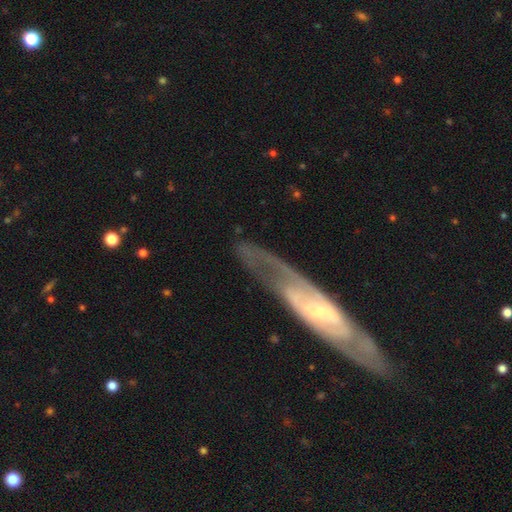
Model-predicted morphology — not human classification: Smooth or featured: featured or disk — 78% (smooth — 14%)
Edge-on disk: no — 72% (yes — 28%)
Bar: weak — 41% (no — 31%)
Spiral arms: yes — 87% (no — 13%)
Bulge size: small — 60% (moderate — 23%)
Merging: none — 70% (minor disturbance — 16%)